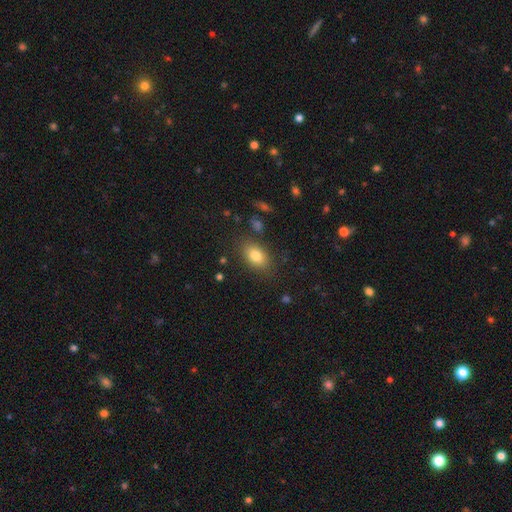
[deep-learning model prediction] Smooth or featured? smooth (80%)
How rounded? in between (84%)
Merging? none (81%)